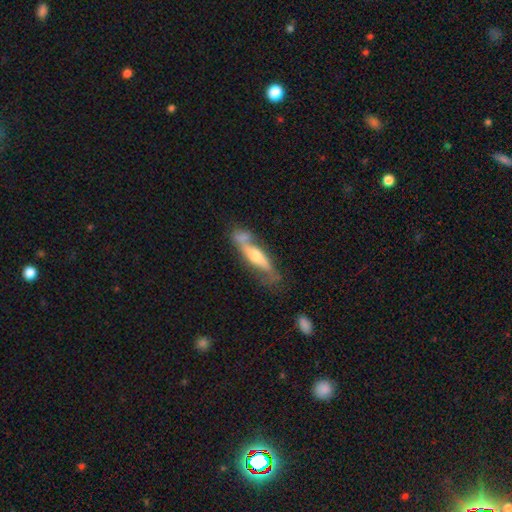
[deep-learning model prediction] smooth-or-featured: featured or disk: 63% | smooth: 32% | star or artifact: 5%
  disk-edge-on: yes: 58% | no: 42%
  merging: none: 53% | minor disturbance: 24% | merger: 13% | major disturbance: 10%